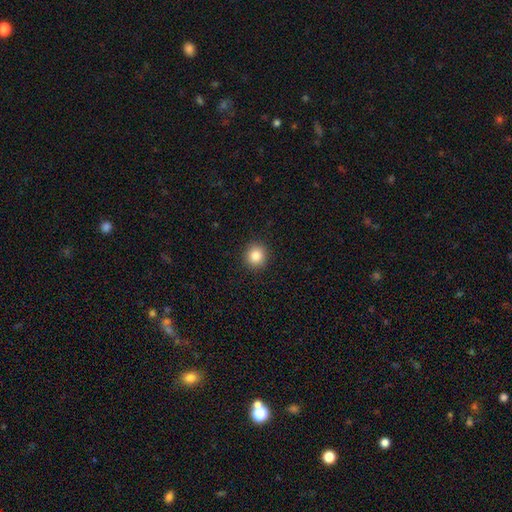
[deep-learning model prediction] smooth 85%, star or artifact 10%, featured or disk 5%. Down the decision tree: how rounded — round (90%); merging — none (92%).